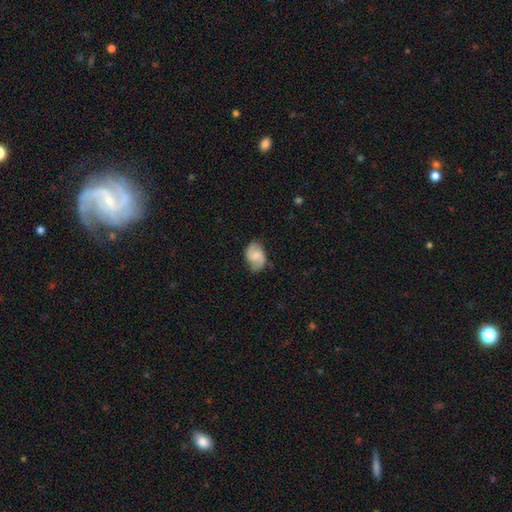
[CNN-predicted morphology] Overall: featured or disk (48%; smooth 45%). Merging: none (71%).